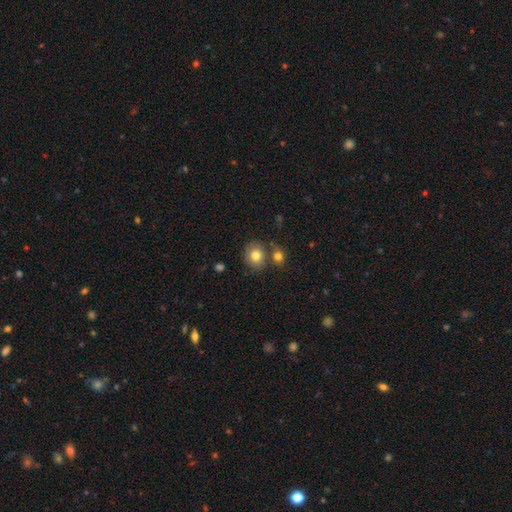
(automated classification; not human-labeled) smooth_or_featured: smooth (p=0.79) [alt: featured or disk p=0.11]
how_rounded: round (p=0.75) [alt: in between p=0.24]
merging: none (p=0.65) [alt: merger p=0.20]